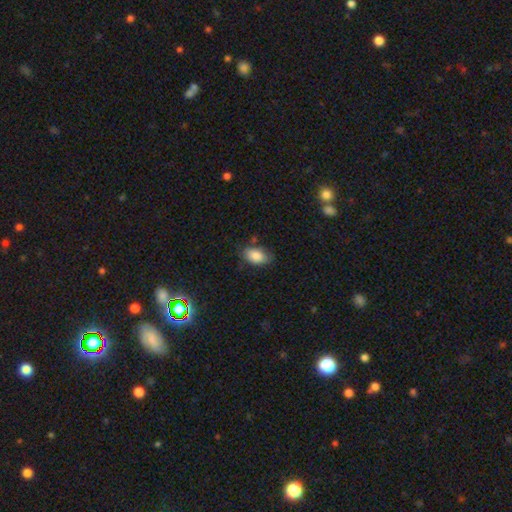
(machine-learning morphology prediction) Smooth or featured?
  - smooth: 86% *
  - star or artifact: 7%
  - featured or disk: 7%
How rounded?
  - in between: 90% *
  - round: 8%
  - cigar-shaped: 2%
Merging?
  - none: 70% *
  - minor disturbance: 22%
  - major disturbance: 5%
  - merger: 3%